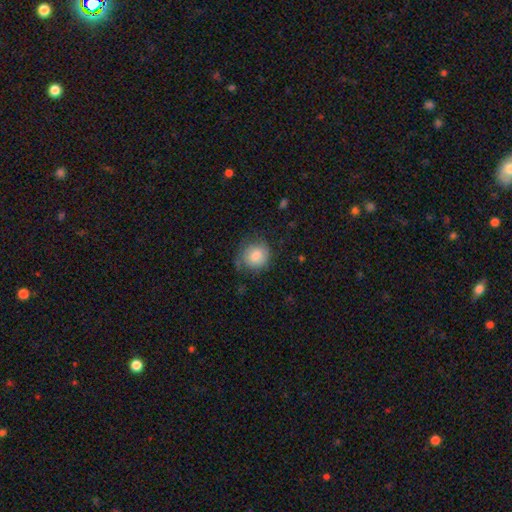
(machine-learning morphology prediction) Overall: smooth (77%). How rounded: round (84%). Merging: none (66%).